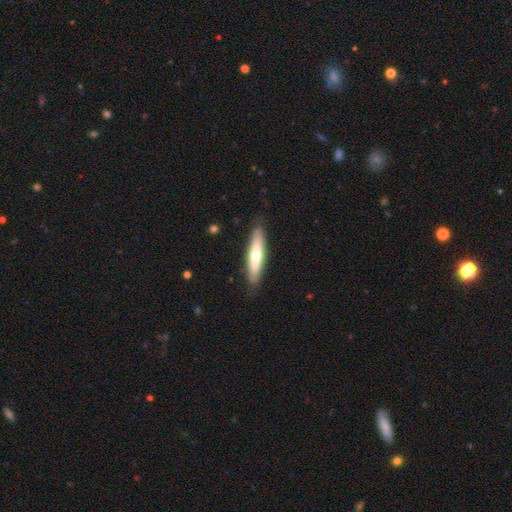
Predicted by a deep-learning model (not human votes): Smooth or featured? smooth (56%)
How rounded? cigar-shaped (80%)
Merging? none (86%)